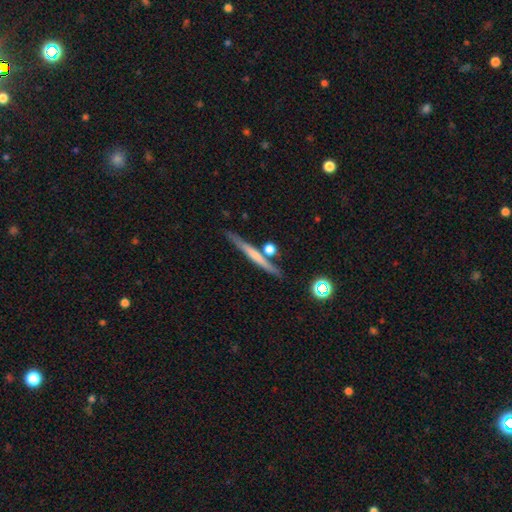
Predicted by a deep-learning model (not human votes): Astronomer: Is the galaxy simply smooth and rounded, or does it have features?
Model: featured or disk — 47% (runner-up: smooth, 45%).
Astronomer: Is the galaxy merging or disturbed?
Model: none — 78%.